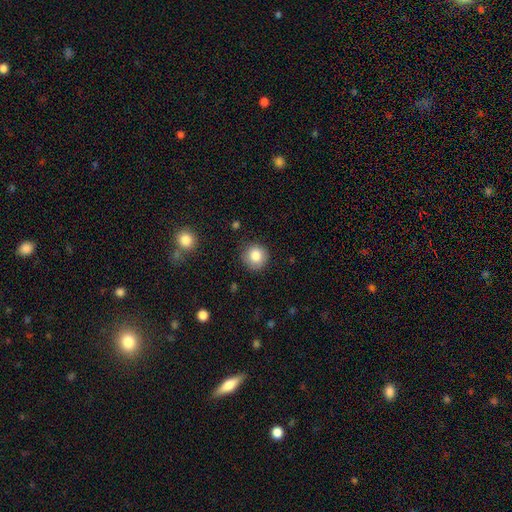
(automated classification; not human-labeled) Smooth or featured? Predicted: smooth (p=0.83). How rounded? Predicted: round (p=0.93). Merging? Predicted: none (p=0.88).